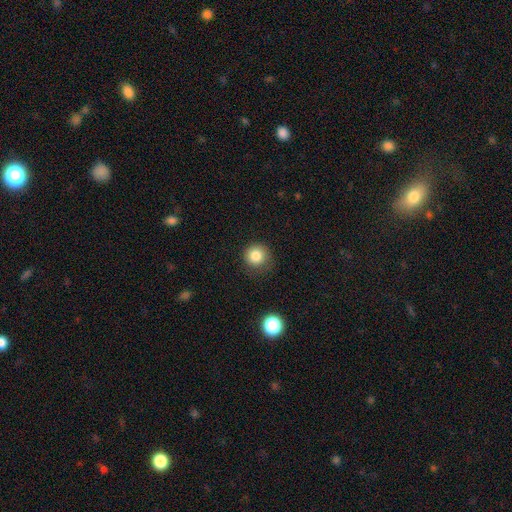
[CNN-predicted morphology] The model was most divided on "merging": none: 81%, minor disturbance: 14%, major disturbance: 4%, merger: 2%. More confident: how rounded — round (93%); smooth or featured — smooth (83%).